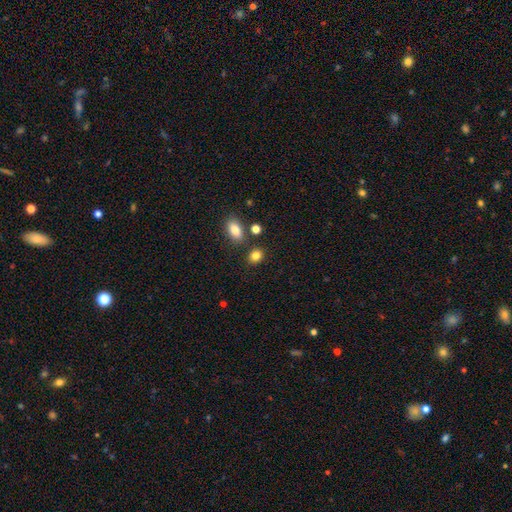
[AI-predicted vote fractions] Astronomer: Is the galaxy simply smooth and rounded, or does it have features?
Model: smooth — 83%.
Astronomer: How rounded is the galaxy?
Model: round — 49%, tied with in between at 49%.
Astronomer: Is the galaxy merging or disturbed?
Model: none — 78%.